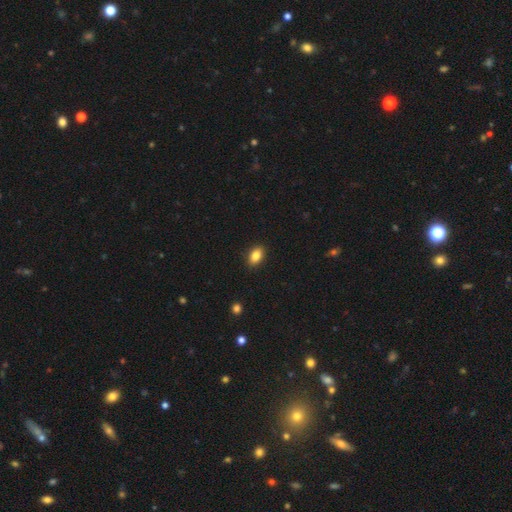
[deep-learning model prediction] smooth-or-featured: smooth: 86% | star or artifact: 8% | featured or disk: 6%
  how-rounded: in between: 88% | round: 10% | cigar-shaped: 2%
  merging: none: 89% | minor disturbance: 8% | major disturbance: 2% | merger: 1%